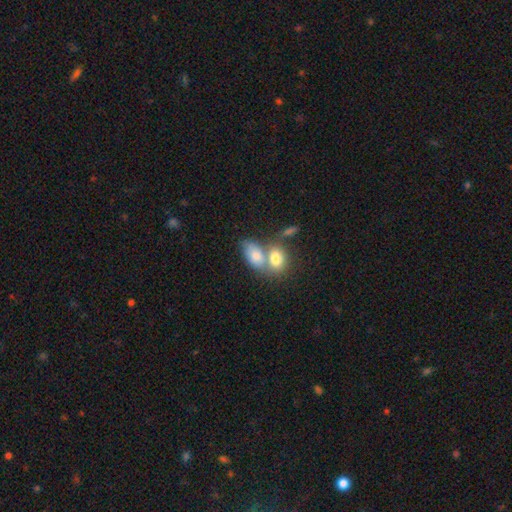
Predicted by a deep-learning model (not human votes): A smooth galaxy with no disk features (78%) that is in between round and cigar-shaped (85%). Merging: merger (58%).